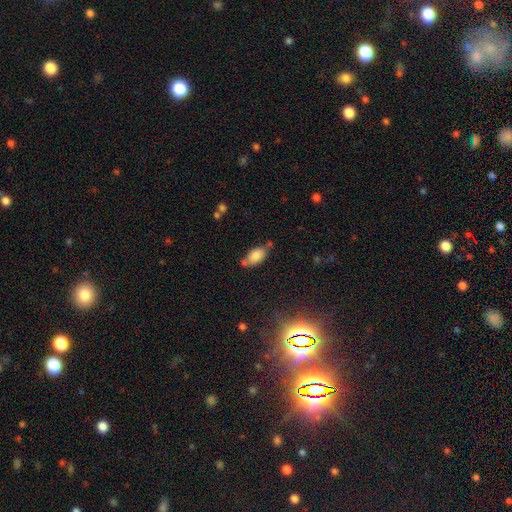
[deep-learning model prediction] Smooth or featured: smooth — 82% (featured or disk — 9%)
How rounded: in between — 91% (round — 5%)
Merging: none — 56% (minor disturbance — 23%)